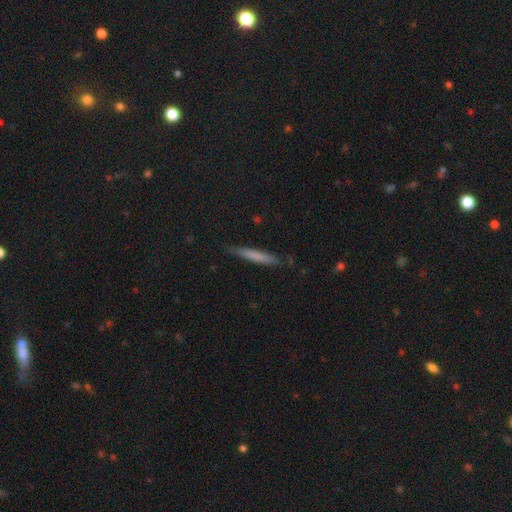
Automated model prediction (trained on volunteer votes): Smooth or featured? Predicted: smooth (p=0.69). How rounded? Predicted: cigar-shaped (p=0.95). Merging? Predicted: none (p=0.83).